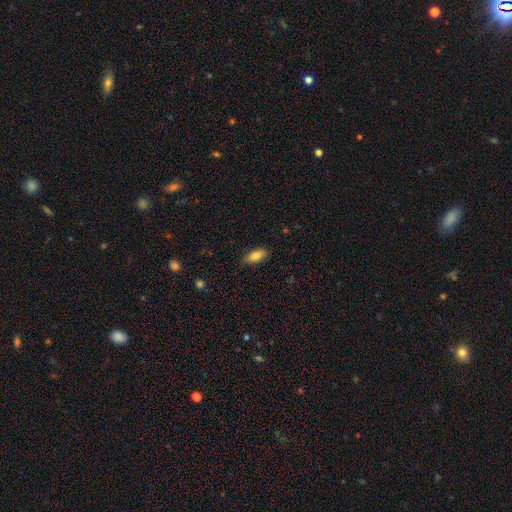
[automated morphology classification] Overall: smooth (84%). How rounded: in between (86%). Merging: none (85%).